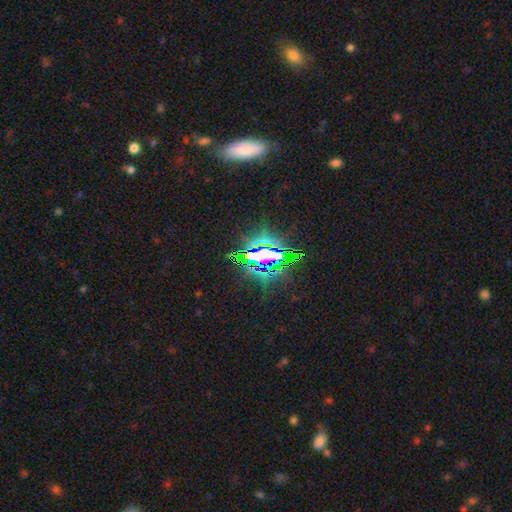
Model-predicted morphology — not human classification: smooth_or_featured: star or artifact (p=0.78) [alt: smooth p=0.11]